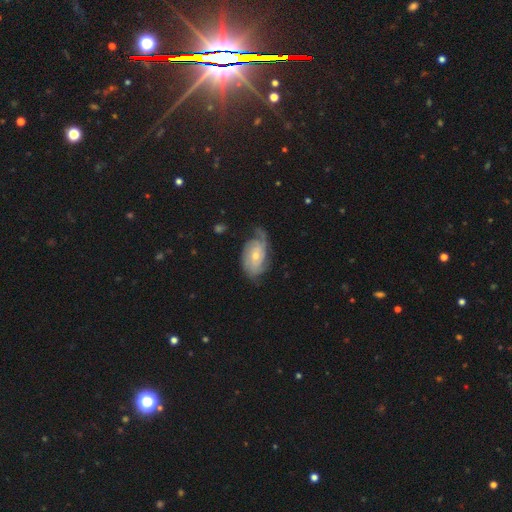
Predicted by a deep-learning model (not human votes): Smooth or featured?
  - featured or disk: 79% *
  - smooth: 16%
  - star or artifact: 5%
Edge-on disk?
  - no: 96% *
  - yes: 4%
Bar?
  - no: 68% *
  - weak: 26%
  - strong: 5%
Spiral arms?
  - yes: 93% *
  - no: 7%
Spiral winding?
  - tight: 56% *
  - medium: 31%
  - loose: 14%
Spiral arm count?
  - 2: 32% *
  - can't tell: 29%
  - 3: 17%
  - 1: 11%
  - 4: 6%
  - more than 4: 4%
Bulge size?
  - small: 48% * (tied)
  - moderate: 48% * (tied)
  - large: 2%
  - none: 1%
  - dominant: 1%
Merging?
  - none: 58% *
  - minor disturbance: 26%
  - major disturbance: 14%
  - merger: 2%